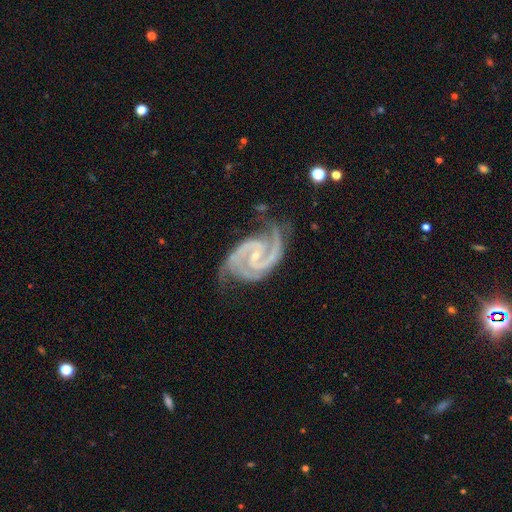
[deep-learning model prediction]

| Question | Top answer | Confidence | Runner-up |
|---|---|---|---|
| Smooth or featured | featured or disk | 94% | star or artifact (4%) |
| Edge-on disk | no | 98% | yes (2%) |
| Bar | weak | 41% | no (38%) |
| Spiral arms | yes | 99% | no (1%) |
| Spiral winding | medium | 52% | tight (41%) |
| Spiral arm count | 2 | 75% | 3 (16%) |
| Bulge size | small | 76% | moderate (19%) |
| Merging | none | 64% | minor disturbance (24%) |